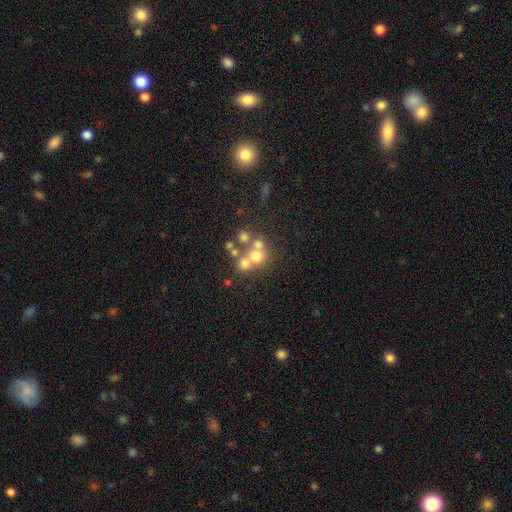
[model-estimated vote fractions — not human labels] smooth-or-featured: smooth: 51% | featured or disk: 28% | star or artifact: 20%
  how-rounded: round: 82% | in between: 17% | cigar-shaped: 1%
  merging: merger: 49% | none: 37% | minor disturbance: 8% | major disturbance: 7%